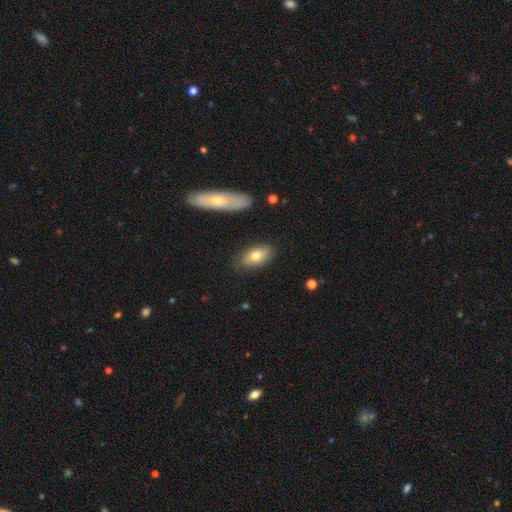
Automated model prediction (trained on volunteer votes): Q: Smooth or featured?
A: smooth (74%); runner-up: featured or disk (20%)
Q: How rounded?
A: in between (88%); runner-up: cigar-shaped (8%)
Q: Merging?
A: none (81%); runner-up: minor disturbance (13%)